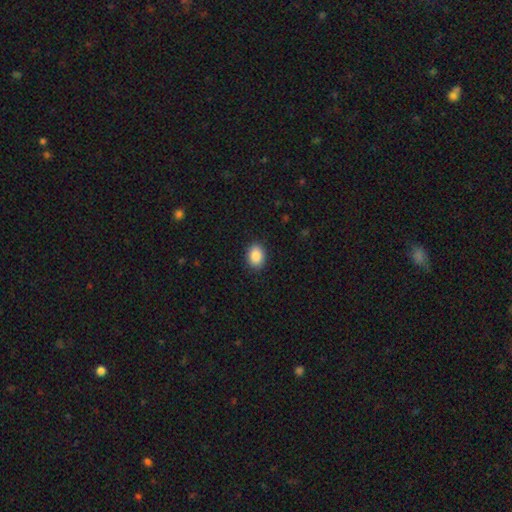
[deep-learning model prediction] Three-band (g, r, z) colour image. It shows a smooth galaxy with no disk features (88%) that is in between round and cigar-shaped (74%). Merging: none (90%).